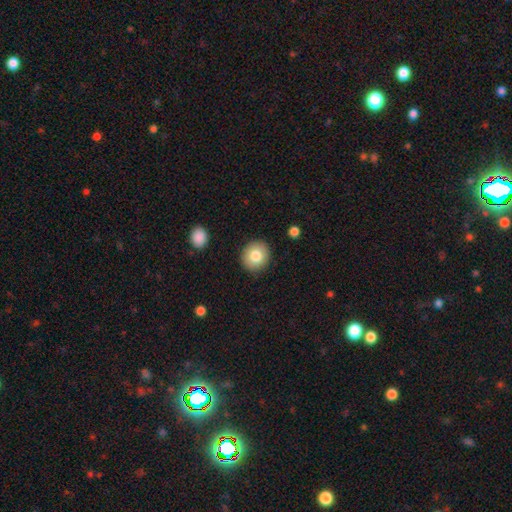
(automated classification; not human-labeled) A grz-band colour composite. It shows a smooth galaxy with no disk features (81%) that is round (80%). Merging: none (90%).